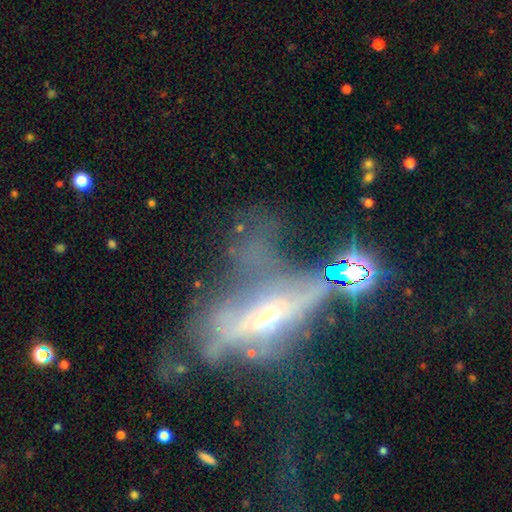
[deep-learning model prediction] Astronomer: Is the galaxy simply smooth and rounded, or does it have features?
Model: featured or disk — 61%.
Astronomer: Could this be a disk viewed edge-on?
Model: no — 60% (runner-up: yes, 40%).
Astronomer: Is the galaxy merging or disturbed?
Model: major disturbance — 47% (runner-up: none, 23%).